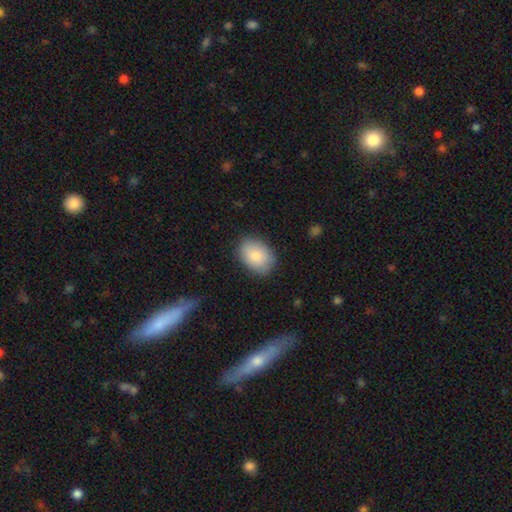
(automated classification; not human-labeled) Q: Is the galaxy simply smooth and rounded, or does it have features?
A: smooth — 84%.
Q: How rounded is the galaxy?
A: in between — 76%.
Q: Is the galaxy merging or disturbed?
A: none — 84%.